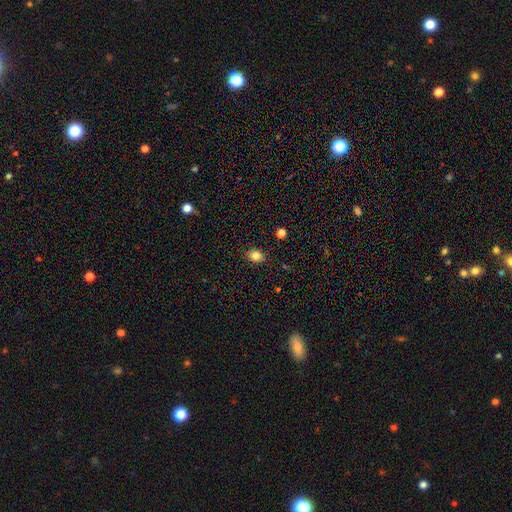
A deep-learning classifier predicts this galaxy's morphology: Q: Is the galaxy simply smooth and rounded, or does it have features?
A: smooth — 82%.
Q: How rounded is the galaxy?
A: round — 53%.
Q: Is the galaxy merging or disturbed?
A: none — 88%.